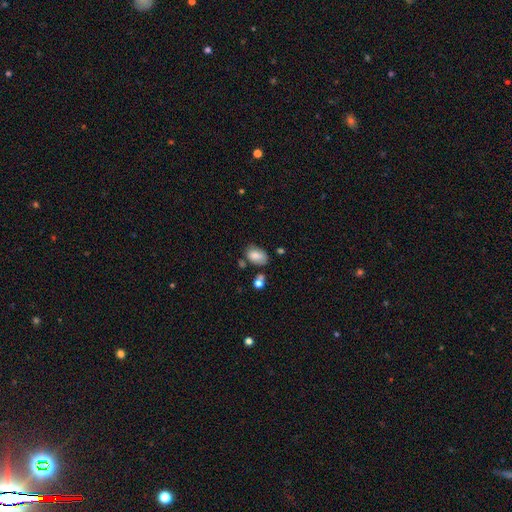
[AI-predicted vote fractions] smooth 80%, featured or disk 11%, star or artifact 8%. Down the decision tree: how rounded — in between (89%); merging — none (58%).